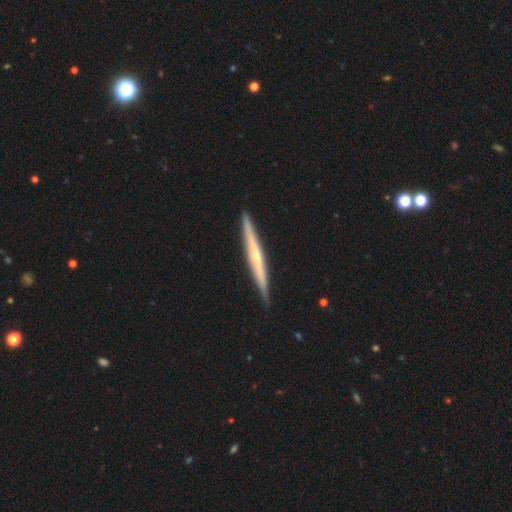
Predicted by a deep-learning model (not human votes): This is likely a featured or disk galaxy (68%). It is clearly viewed edge-on (97%). Edge-on bulge: possibly rounded (58%). Merging: clearly none (91%).